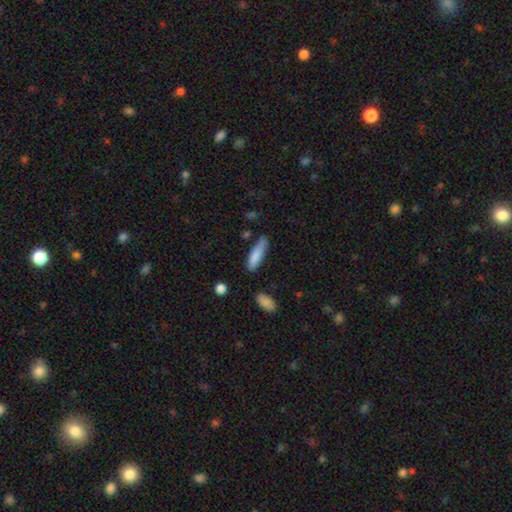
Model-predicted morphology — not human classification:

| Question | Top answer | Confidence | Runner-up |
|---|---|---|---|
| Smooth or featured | smooth | 82% | featured or disk (12%) |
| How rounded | cigar-shaped | 66% | in between (33%) |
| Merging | none | 64% | minor disturbance (26%) |